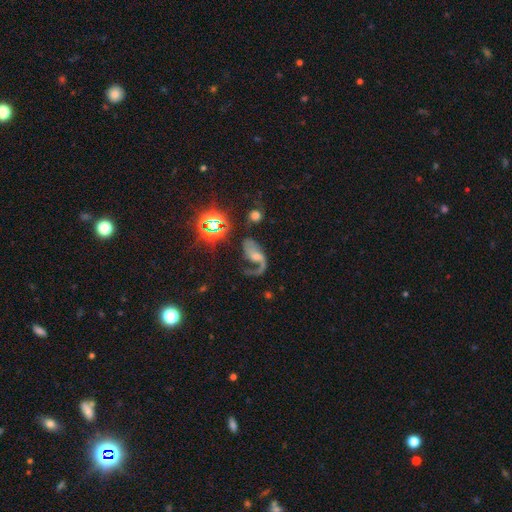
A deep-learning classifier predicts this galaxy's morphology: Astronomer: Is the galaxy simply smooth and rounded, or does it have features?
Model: featured or disk — 74%.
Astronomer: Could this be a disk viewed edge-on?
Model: no — 97%.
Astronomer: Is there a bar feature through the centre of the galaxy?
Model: no — 53% (runner-up: weak, 34%).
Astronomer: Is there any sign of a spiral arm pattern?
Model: yes — 91%.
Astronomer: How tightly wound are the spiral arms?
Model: loose — 71%.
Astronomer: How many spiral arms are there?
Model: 1 — 53% (runner-up: 2, 42%).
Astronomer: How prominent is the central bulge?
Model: small — 38% (runner-up: moderate, 34%).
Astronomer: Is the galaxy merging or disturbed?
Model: major disturbance — 40% (runner-up: none, 35%).